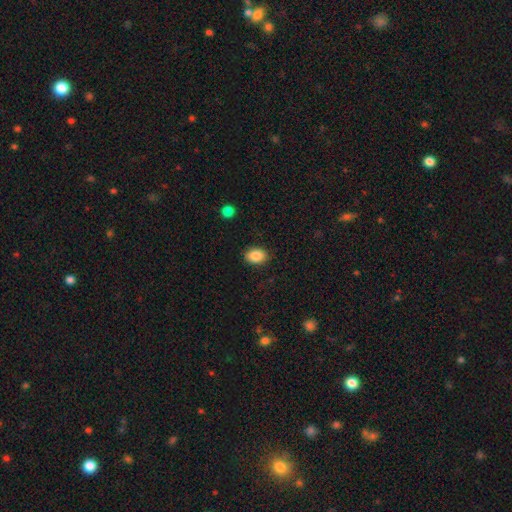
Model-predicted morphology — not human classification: smooth 87%, star or artifact 8%, featured or disk 5%. Down the decision tree: how rounded — in between (78%); merging — none (88%).